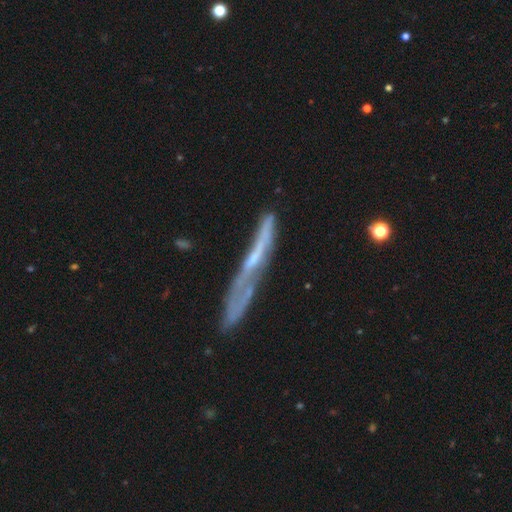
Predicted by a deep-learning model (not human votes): The model was most divided on "merging": none: 59%, minor disturbance: 20%, major disturbance: 13%, merger: 8%. More confident: edge-on disk — yes (72%); smooth or featured — featured or disk (65%).